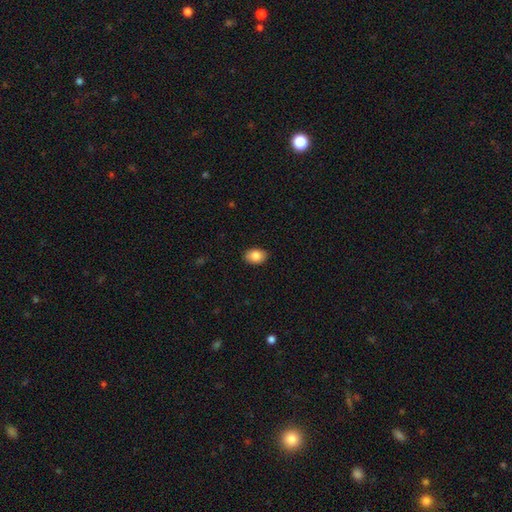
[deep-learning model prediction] smooth 85%, featured or disk 8%, star or artifact 7%. Down the decision tree: how rounded — in between (84%); merging — none (89%).